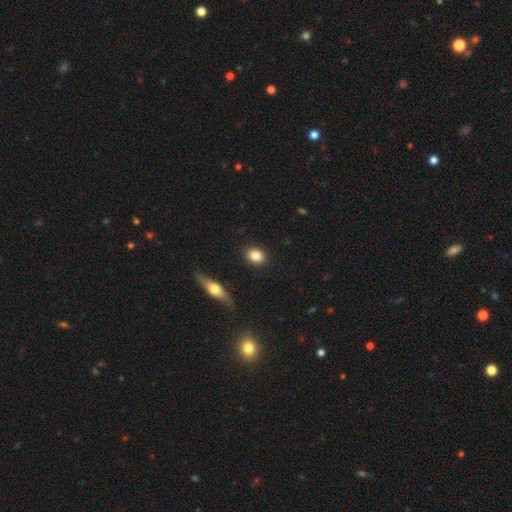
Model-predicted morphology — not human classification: A smooth galaxy with no disk features (84%) that is in between round and cigar-shaped (50%). Merging: none (90%).